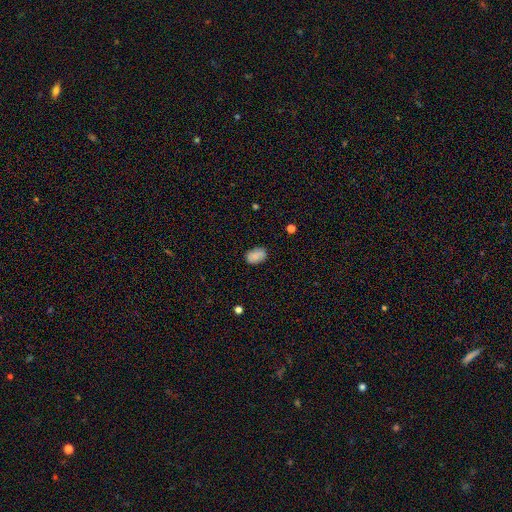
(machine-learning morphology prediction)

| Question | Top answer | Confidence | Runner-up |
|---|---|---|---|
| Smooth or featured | smooth | 82% | featured or disk (10%) |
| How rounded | in between | 89% | round (10%) |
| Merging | none | 79% | minor disturbance (16%) |